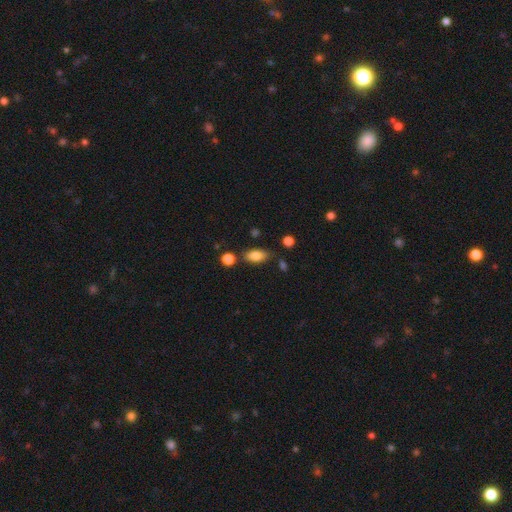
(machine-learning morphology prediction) Smooth or featured: smooth — 82% (featured or disk — 10%)
How rounded: in between — 87% (cigar-shaped — 8%)
Merging: none — 73% (minor disturbance — 17%)